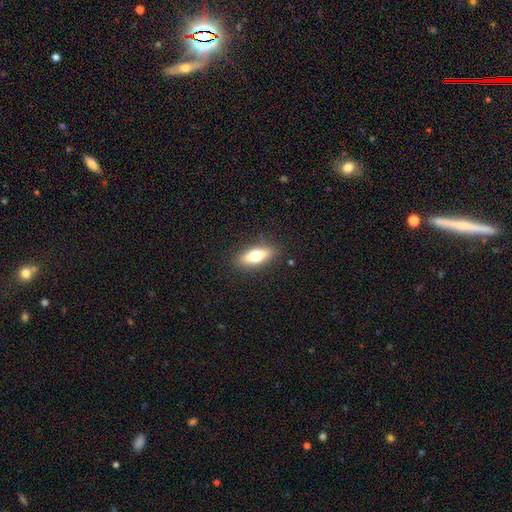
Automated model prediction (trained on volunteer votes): smooth 63%, featured or disk 29%, star or artifact 8%. Down the decision tree: how rounded — in between (63%); merging — none (86%).